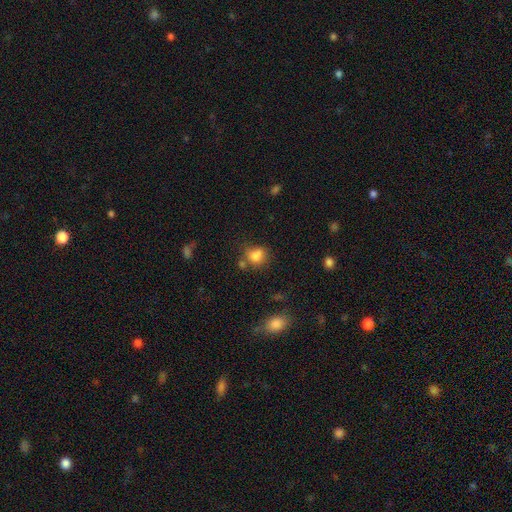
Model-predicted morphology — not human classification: This is clearly a smooth galaxy (82%). How rounded: likely round (63%). Merging: possibly none (57%).